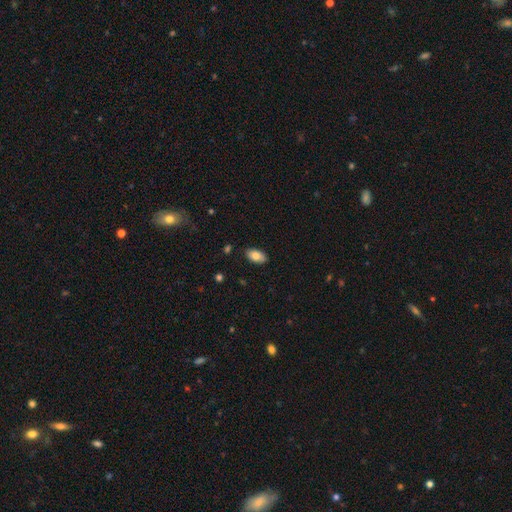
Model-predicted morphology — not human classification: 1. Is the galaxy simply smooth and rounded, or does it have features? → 81% smooth, 12% featured or disk, 7% star or artifact.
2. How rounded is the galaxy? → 94% in between, 3% round, 2% cigar-shaped.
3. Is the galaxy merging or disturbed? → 87% none, 10% minor disturbance, 2% major disturbance, 1% merger.